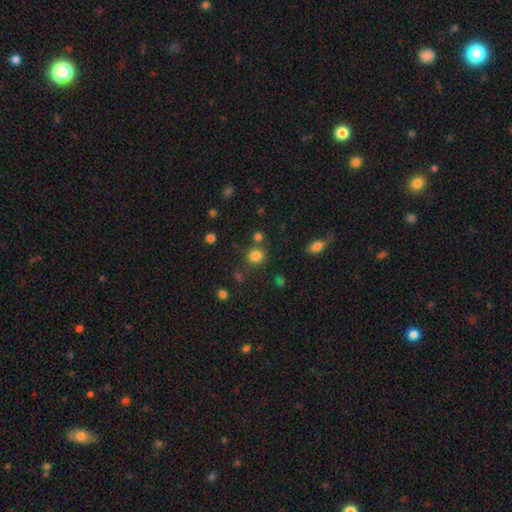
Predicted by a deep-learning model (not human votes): This is clearly a smooth galaxy (81%). How rounded: clearly round (83%). Merging: likely none (76%).